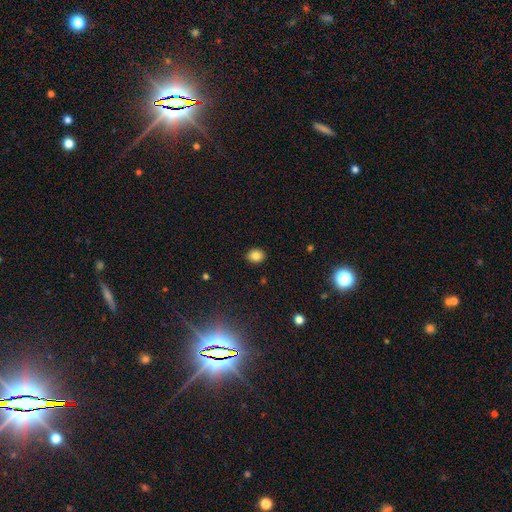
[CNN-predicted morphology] This appears to be a smooth galaxy with no disk features (84%) that is round (54%). Merging: none (90%).